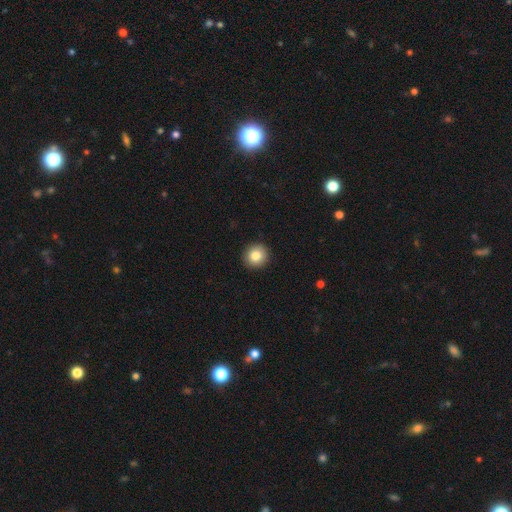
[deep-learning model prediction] Smooth or featured: smooth — 83% (star or artifact — 9%)
How rounded: round — 92% (in between — 7%)
Merging: none — 92% (minor disturbance — 5%)